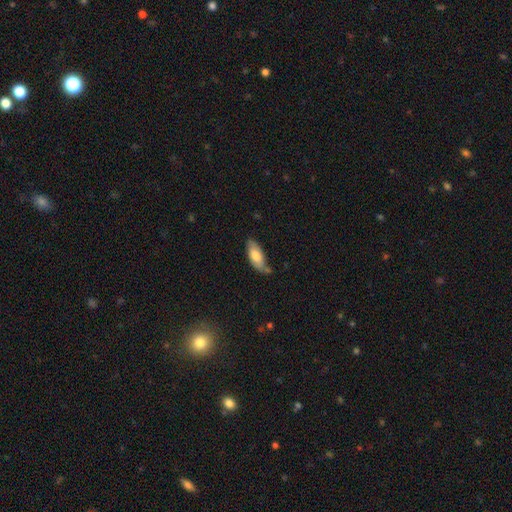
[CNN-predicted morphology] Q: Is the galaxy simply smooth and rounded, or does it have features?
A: smooth — 74%.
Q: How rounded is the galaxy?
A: in between — 81%.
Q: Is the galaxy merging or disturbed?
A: none — 63%.